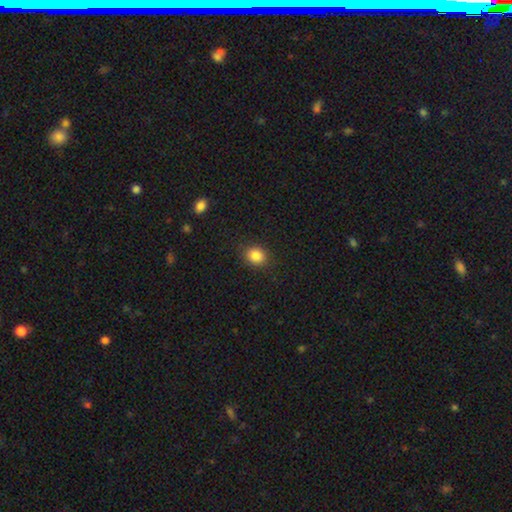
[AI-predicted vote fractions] This is clearly a smooth galaxy (85%). How rounded: possibly round (58%). Merging: clearly none (87%).